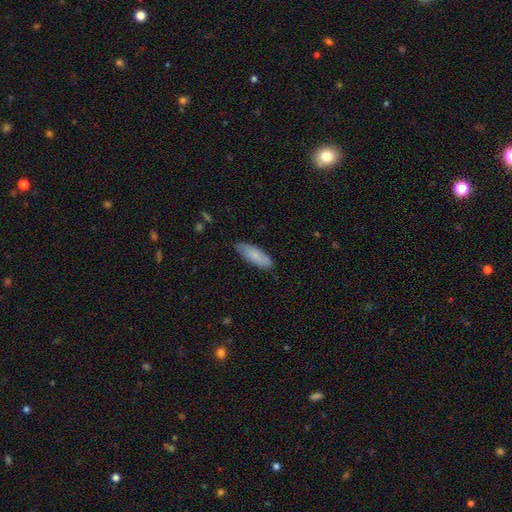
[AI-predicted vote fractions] Overall: smooth (81%). How rounded: in between (61%; cigar-shaped 37%). Merging: none (78%).